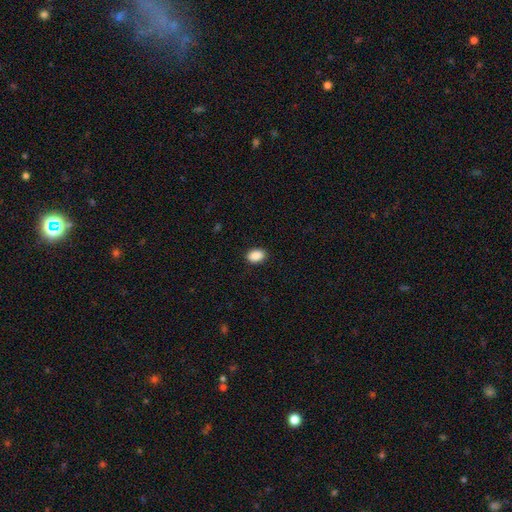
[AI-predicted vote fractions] Morphology: type=smooth (90%); roundness=in between (82%); merging=none (89%).